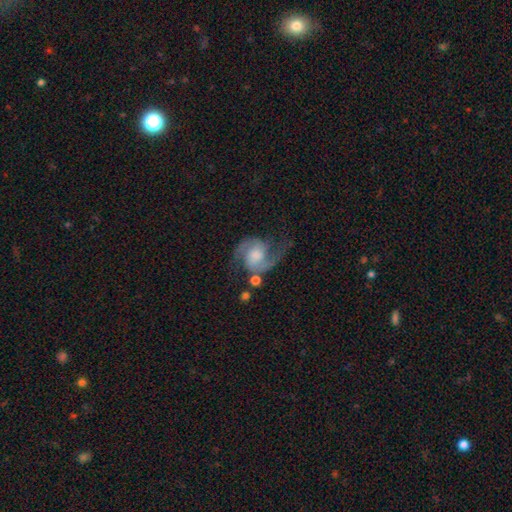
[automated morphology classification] Q: Smooth or featured?
A: featured or disk (88%); runner-up: smooth (7%)
Q: Edge-on disk?
A: no (98%); runner-up: yes (2%)
Q: Bar?
A: no (62%); runner-up: weak (31%)
Q: Spiral arms?
A: yes (98%); runner-up: no (2%)
Q: Spiral winding?
A: medium (52%); runner-up: loose (35%)
Q: Spiral arm count?
A: 2 (93%); runner-up: 1 (2%)
Q: Bulge size?
A: moderate (33%); runner-up: large (24%)
Q: Merging?
A: none (64%); runner-up: minor disturbance (18%)